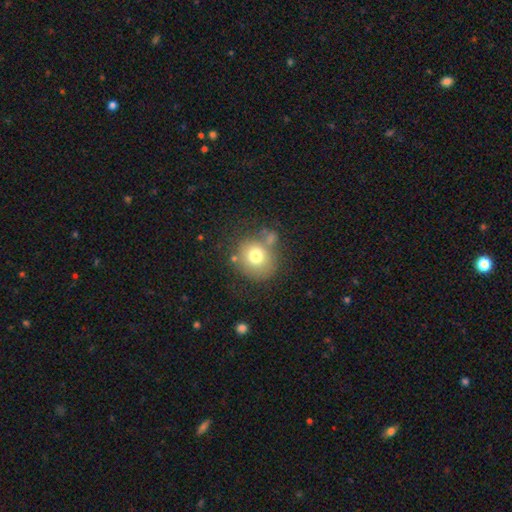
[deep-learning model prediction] Smooth or featured: smooth — 73% (featured or disk — 16%)
How rounded: round — 81% (in between — 18%)
Merging: none — 65% (minor disturbance — 16%)